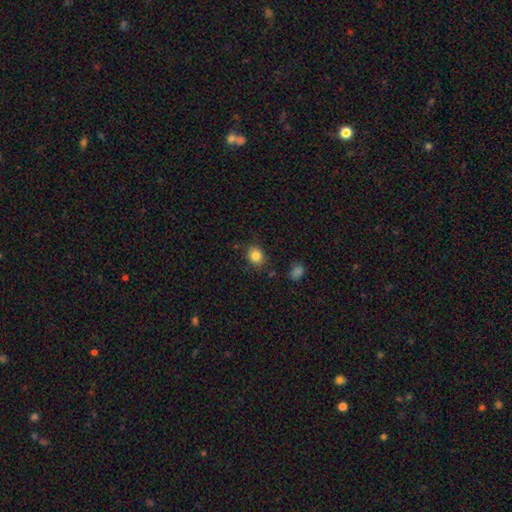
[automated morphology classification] smooth-or-featured: smooth: 84% | star or artifact: 10% | featured or disk: 6%
  how-rounded: round: 66% | in between: 33% | cigar-shaped: 1%
  merging: none: 82% | minor disturbance: 13% | major disturbance: 3% | merger: 2%